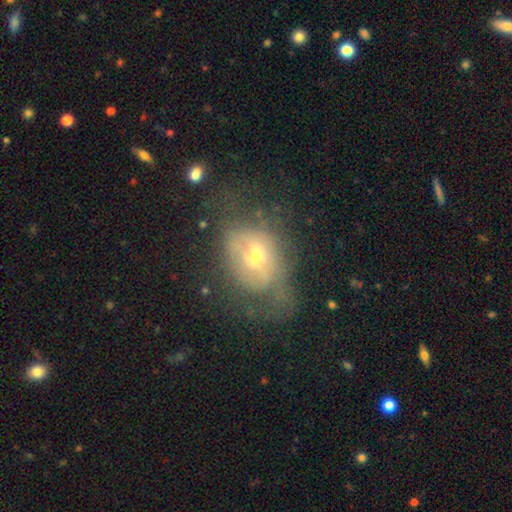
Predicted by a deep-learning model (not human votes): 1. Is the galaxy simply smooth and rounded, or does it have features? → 48% featured or disk, 41% smooth, 12% star or artifact.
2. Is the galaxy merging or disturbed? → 35% major disturbance (tied), 35% none (tied), 27% minor disturbance, 3% merger.